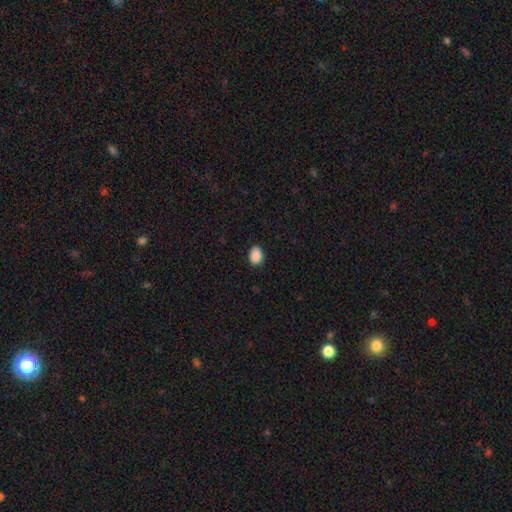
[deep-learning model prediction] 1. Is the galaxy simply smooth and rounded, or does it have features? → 90% smooth, 8% star or artifact, 2% featured or disk.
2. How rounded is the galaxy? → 77% in between, 22% round, 1% cigar-shaped.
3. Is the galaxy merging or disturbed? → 89% none, 9% minor disturbance, 2% major disturbance, 1% merger.